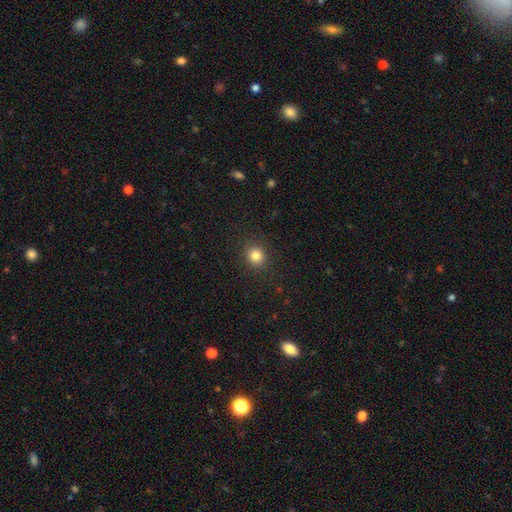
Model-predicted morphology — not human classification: The model was most divided on "smooth or featured": smooth: 83%, star or artifact: 12%, featured or disk: 5%. More confident: merging — none (91%); how rounded — round (87%).